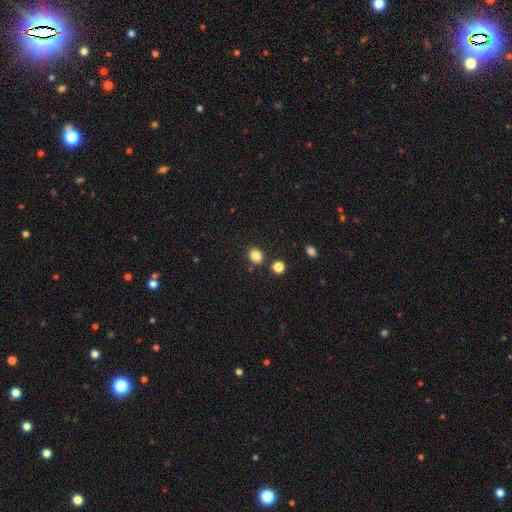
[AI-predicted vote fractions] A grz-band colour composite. It shows a smooth galaxy with no disk features (84%) that is round (60%). Merging: none (83%).